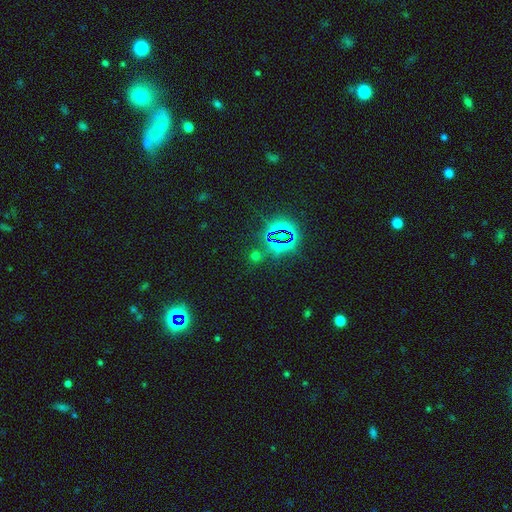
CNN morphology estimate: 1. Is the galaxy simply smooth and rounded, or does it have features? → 62% star or artifact, 31% smooth, 7% featured or disk.